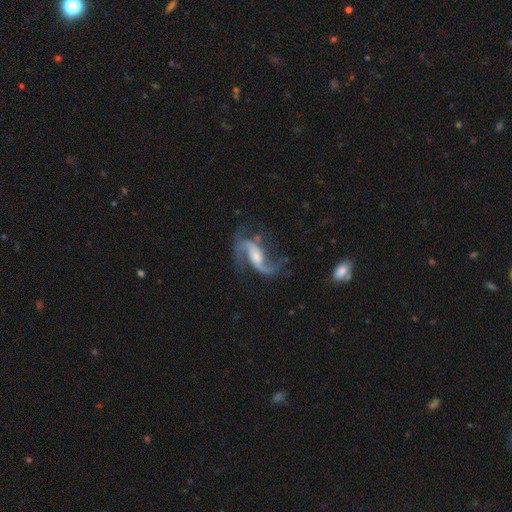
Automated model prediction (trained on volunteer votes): This is clearly a featured or disk galaxy (89%). It is clearly not viewed edge-on (97%). Bar: marginally weak (40%). Spiral arm pattern: clearly yes (97%). Spiral arm count: clearly 2 (90%). Spiral winding: likely loose (61%). Central bulge: marginally moderate (41%). Merging: likely none (61%).